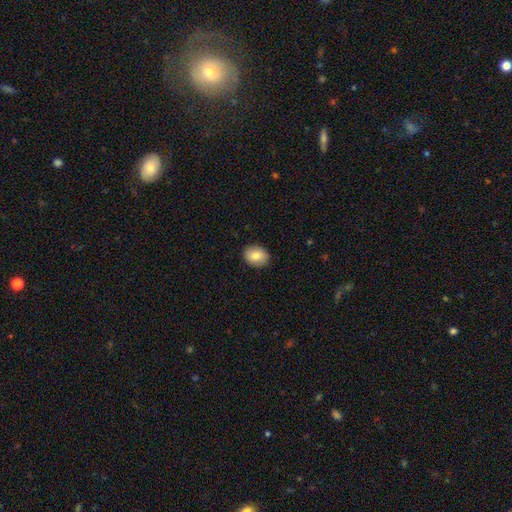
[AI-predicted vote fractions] Q: Smooth or featured?
A: smooth (81%); runner-up: featured or disk (12%)
Q: How rounded?
A: in between (59%); runner-up: round (41%)
Q: Merging?
A: none (88%); runner-up: minor disturbance (9%)